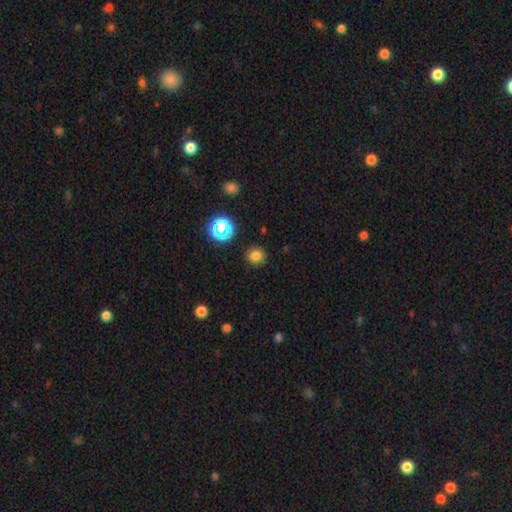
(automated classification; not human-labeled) Q: Smooth or featured?
A: smooth (77%); runner-up: star or artifact (18%)
Q: How rounded?
A: round (88%); runner-up: in between (11%)
Q: Merging?
A: none (88%); runner-up: minor disturbance (8%)